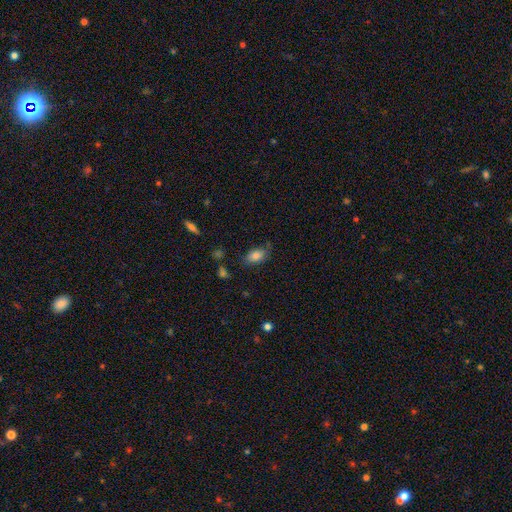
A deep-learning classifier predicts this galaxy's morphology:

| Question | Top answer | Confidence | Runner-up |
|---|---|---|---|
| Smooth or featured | smooth | 83% | featured or disk (9%) |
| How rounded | in between | 89% | round (8%) |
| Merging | none | 71% | minor disturbance (20%) |